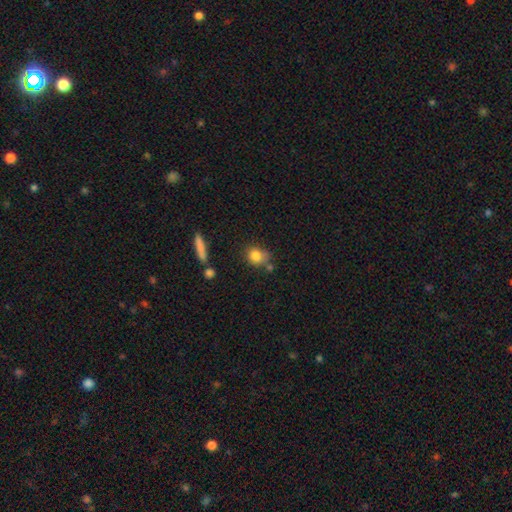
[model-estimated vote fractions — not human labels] The model was most divided on "how rounded": round: 62%, in between: 35%, cigar-shaped: 3%. More confident: smooth or featured — smooth (80%); merging — none (57%).